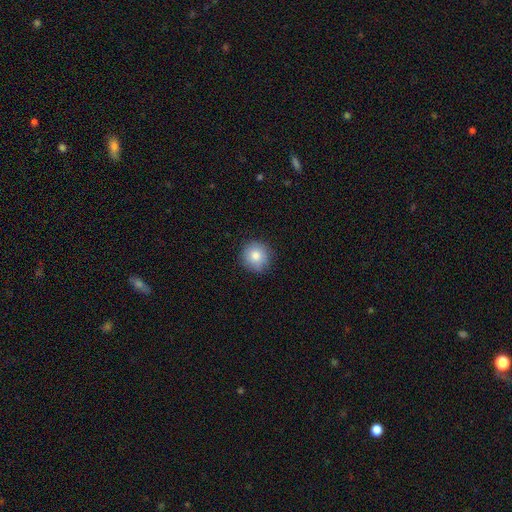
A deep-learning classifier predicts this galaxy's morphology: This is clearly a smooth galaxy (83%). How rounded: clearly round (93%). Merging: clearly none (87%).